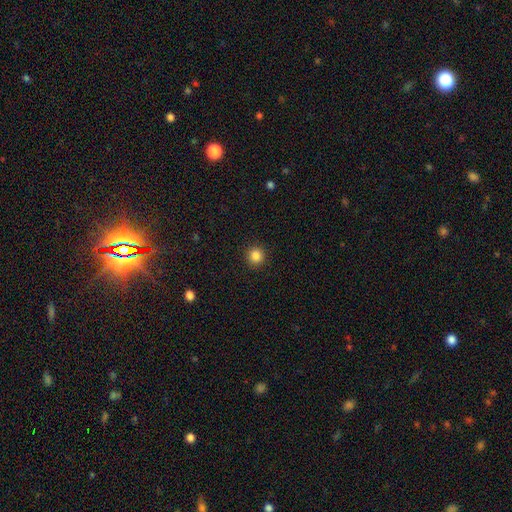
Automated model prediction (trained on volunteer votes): Smooth or featured?
  - smooth: 85% *
  - star or artifact: 11%
  - featured or disk: 4%
How rounded?
  - round: 94% *
  - in between: 5%
  - cigar-shaped: 1%
Merging?
  - none: 92% *
  - minor disturbance: 5%
  - major disturbance: 2%
  - merger: 1%